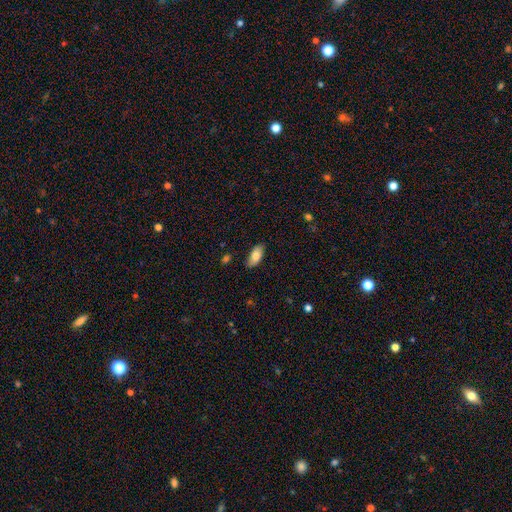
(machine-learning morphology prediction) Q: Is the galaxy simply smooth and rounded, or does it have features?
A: smooth — 83%.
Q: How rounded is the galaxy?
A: in between — 88%.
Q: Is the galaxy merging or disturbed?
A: none — 82%.